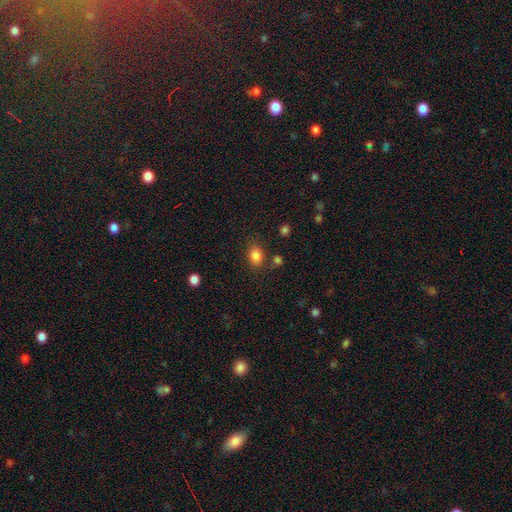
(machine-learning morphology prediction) smooth_or_featured: smooth (p=0.84) [alt: star or artifact p=0.10]
how_rounded: in between (p=0.70) [alt: round p=0.29]
merging: none (p=0.75) [alt: minor disturbance p=0.13]